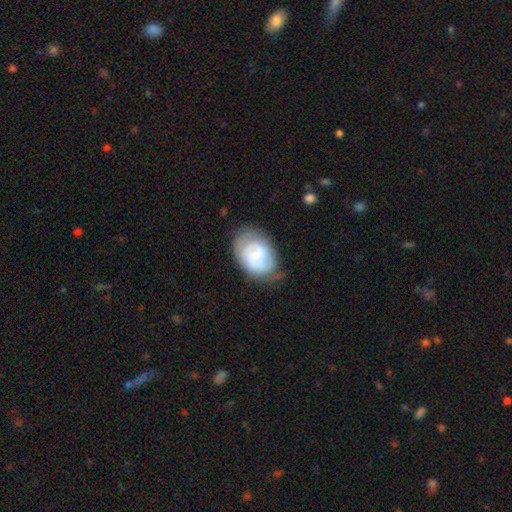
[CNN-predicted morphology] Smooth or featured? featured or disk (50%)
Merging? none (56%)